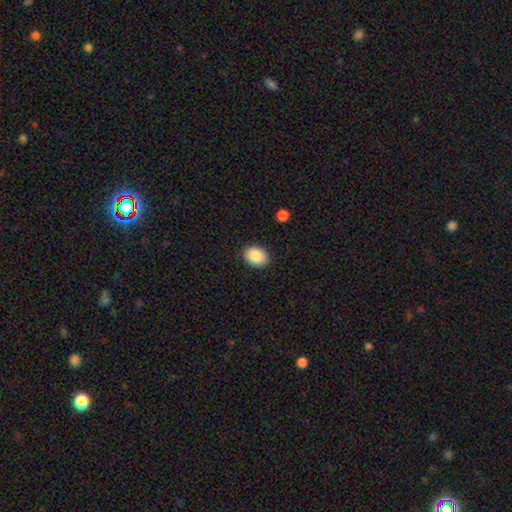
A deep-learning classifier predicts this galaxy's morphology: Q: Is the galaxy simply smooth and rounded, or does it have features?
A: smooth — 89%.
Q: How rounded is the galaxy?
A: in between — 61%.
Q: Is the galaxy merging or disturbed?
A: none — 89%.